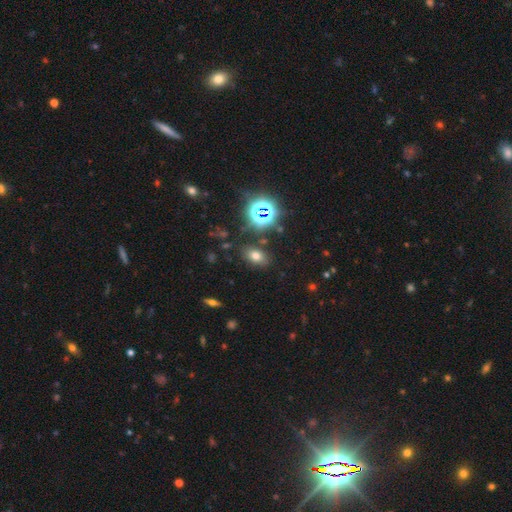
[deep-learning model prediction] smooth_or_featured: smooth (p=0.64) [alt: star or artifact p=0.25]
how_rounded: in between (p=0.81) [alt: round p=0.17]
merging: none (p=0.82) [alt: minor disturbance p=0.10]